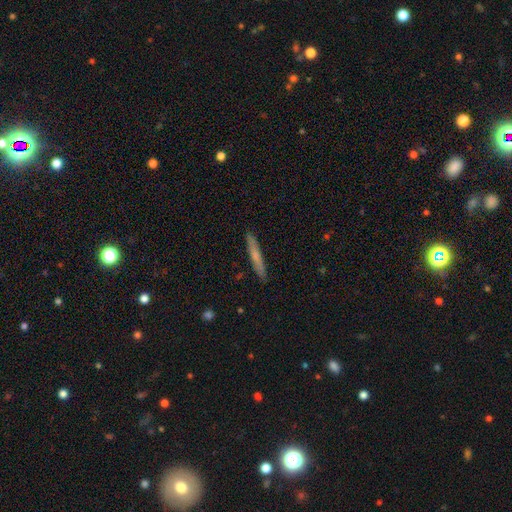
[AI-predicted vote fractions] Smooth or featured? smooth (60%)
How rounded? cigar-shaped (96%)
Merging? none (91%)